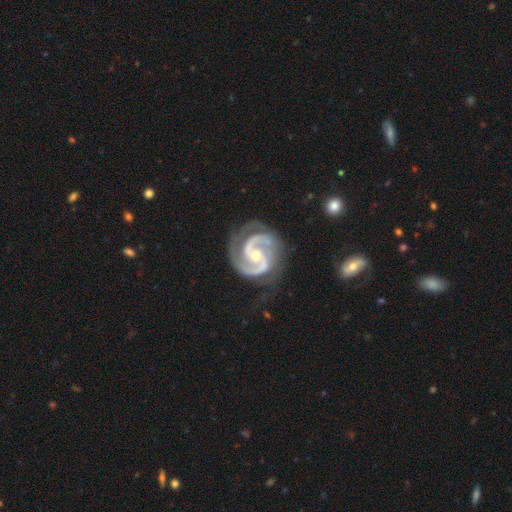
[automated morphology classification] Q: Smooth or featured?
A: featured or disk (94%); runner-up: star or artifact (4%)
Q: Edge-on disk?
A: no (98%); runner-up: yes (2%)
Q: Bar?
A: no (51%); runner-up: weak (35%)
Q: Spiral arms?
A: yes (99%); runner-up: no (1%)
Q: Spiral winding?
A: medium (56%); runner-up: tight (37%)
Q: Spiral arm count?
A: 2 (90%); runner-up: 3 (5%)
Q: Bulge size?
A: small (50%); runner-up: moderate (46%)
Q: Merging?
A: none (73%); runner-up: minor disturbance (18%)